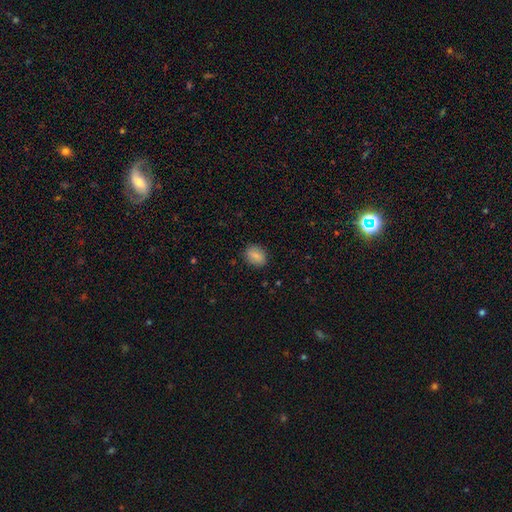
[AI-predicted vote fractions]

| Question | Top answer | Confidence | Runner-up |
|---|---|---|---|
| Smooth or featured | smooth | 84% | star or artifact (8%) |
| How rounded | in between | 62% | round (36%) |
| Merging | none | 87% | minor disturbance (9%) |